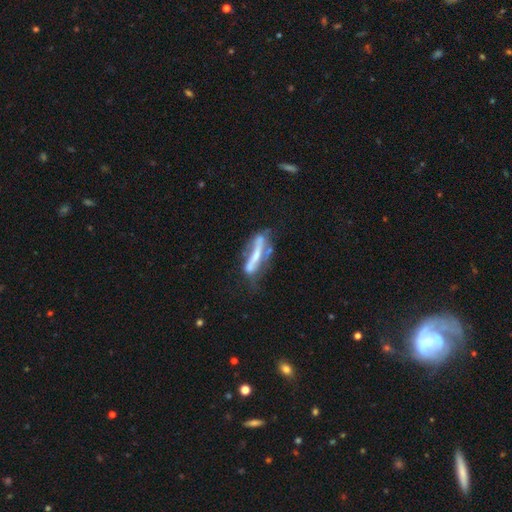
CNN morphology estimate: Smooth or featured: featured or disk — 59% (smooth — 32%)
Edge-on disk: no — 56% (yes — 44%)
Merging: none — 36% (minor disturbance — 25%)